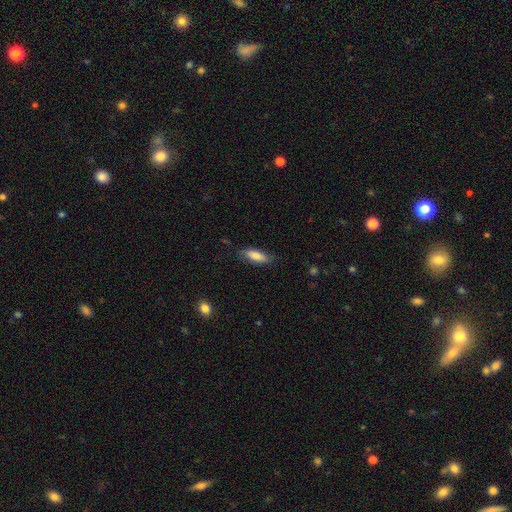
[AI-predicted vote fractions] smooth 78%, featured or disk 16%, star or artifact 6%. Down the decision tree: how rounded — in between (59%); merging — none (77%).